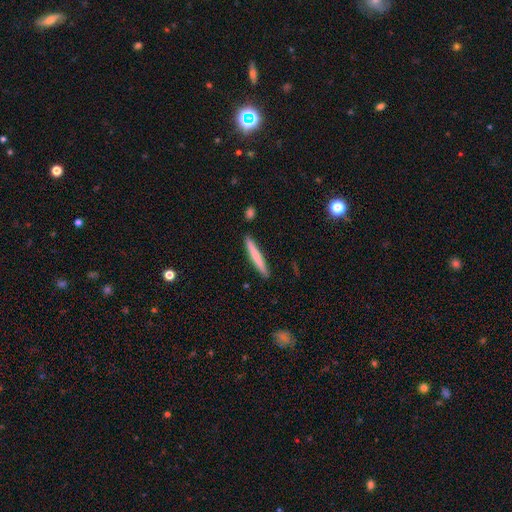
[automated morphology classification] Smooth or featured?
  - smooth: 68% *
  - featured or disk: 27%
  - star or artifact: 5%
How rounded?
  - cigar-shaped: 96% *
  - in between: 3%
  - round: 1%
Merging?
  - none: 90% *
  - minor disturbance: 7%
  - merger: 2%
  - major disturbance: 1%